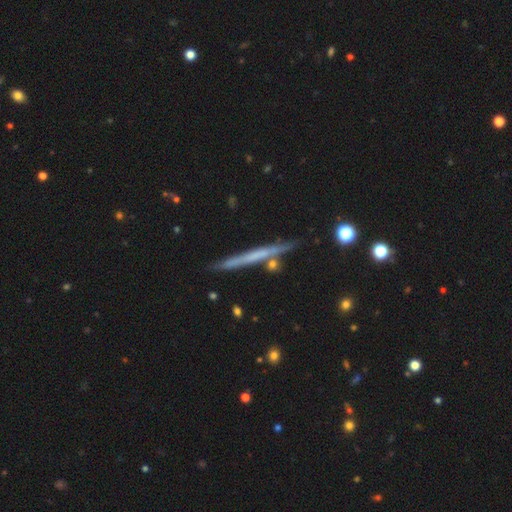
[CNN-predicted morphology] A featured or disk galaxy (54%) viewed edge-on (96%) with no central bulge (86%).

Vote fractions:
- Smooth or featured? featured or disk: 54% / smooth: 39% / star or artifact: 7%
- Edge-on disk? yes: 96% / no: 4%
- Edge-on bulge? none: 86% / rounded: 10% / boxy: 4%
- Merging? none: 85% / minor disturbance: 9% / merger: 4% / major disturbance: 2%